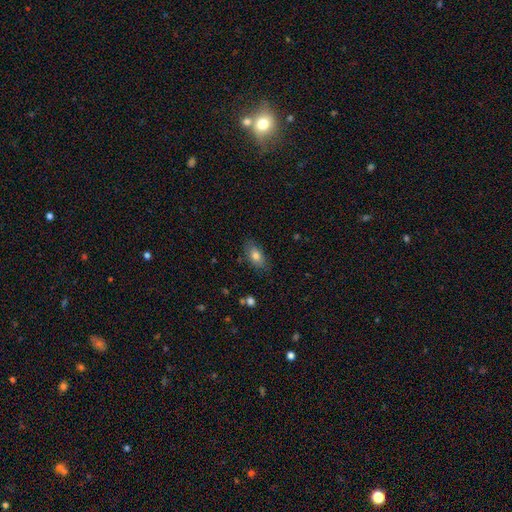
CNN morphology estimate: Q: Smooth or featured?
A: smooth (79%); runner-up: featured or disk (13%)
Q: How rounded?
A: in between (89%); runner-up: round (7%)
Q: Merging?
A: none (81%); runner-up: minor disturbance (14%)